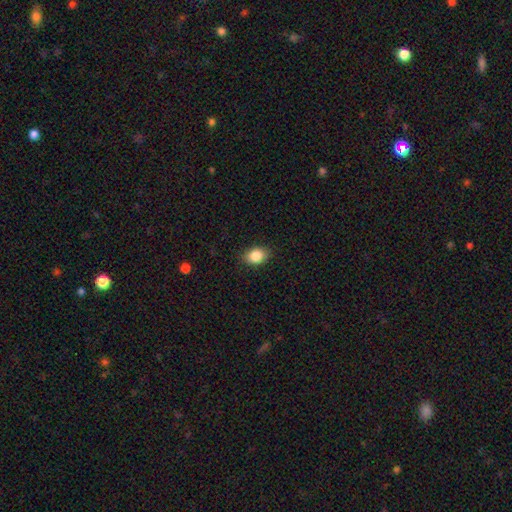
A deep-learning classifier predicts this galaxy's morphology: Smooth or featured?
  - smooth: 85% *
  - star or artifact: 9%
  - featured or disk: 6%
How rounded?
  - in between: 71% *
  - round: 27%
  - cigar-shaped: 1%
Merging?
  - none: 87% *
  - minor disturbance: 10%
  - major disturbance: 2%
  - merger: 1%